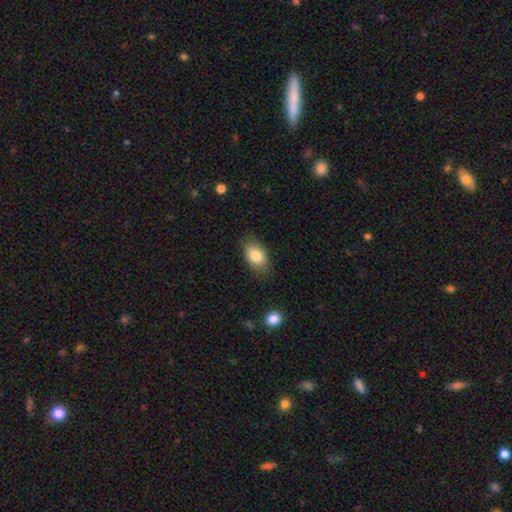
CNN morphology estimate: smooth_or_featured: smooth (p=0.83) [alt: featured or disk p=0.10]
how_rounded: in between (p=0.90) [alt: round p=0.08]
merging: none (p=0.81) [alt: minor disturbance p=0.14]